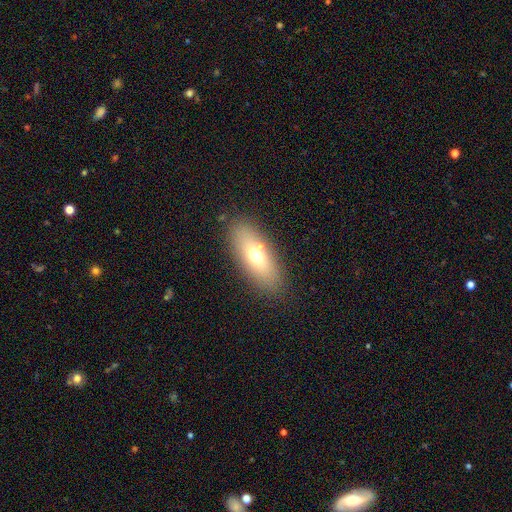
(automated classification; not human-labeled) Morphology: type=smooth (64%); roundness=in between (75%); merging=none (79%).